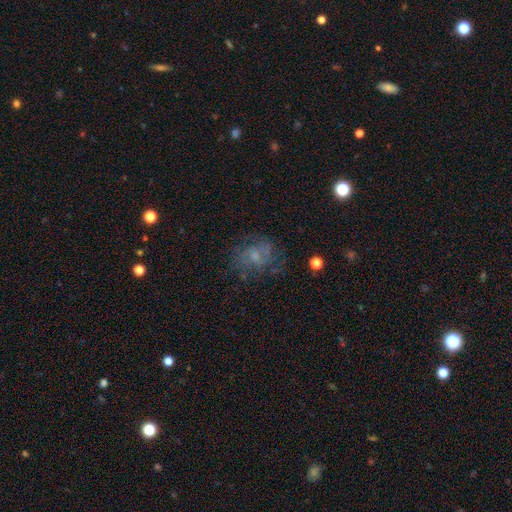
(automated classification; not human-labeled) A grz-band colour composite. It shows a featured or disk galaxy (50%). Merging: none (61%).